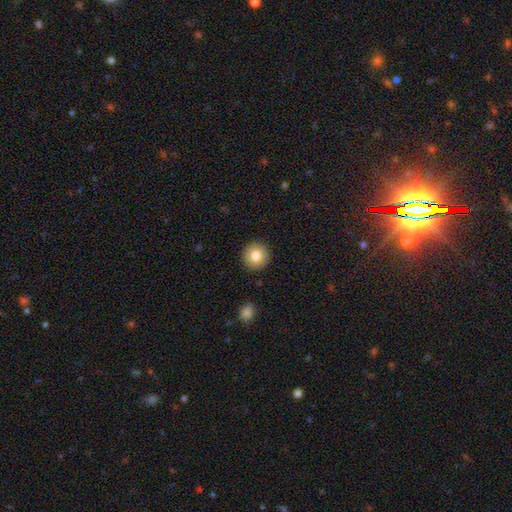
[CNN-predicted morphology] Smooth or featured: smooth — 81% (featured or disk — 11%)
How rounded: round — 95% (in between — 4%)
Merging: none — 92% (minor disturbance — 5%)